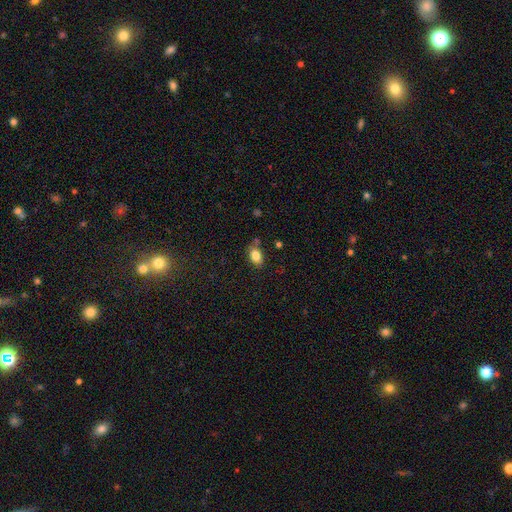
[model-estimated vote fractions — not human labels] A smooth galaxy with no disk features (83%) that is in between round and cigar-shaped (84%).

Vote fractions:
- Smooth or featured? smooth: 83% / star or artifact: 9% / featured or disk: 9%
- How rounded? in between: 84% / round: 14% / cigar-shaped: 2%
- Merging? none: 74% / minor disturbance: 16% / merger: 6% / major disturbance: 4%